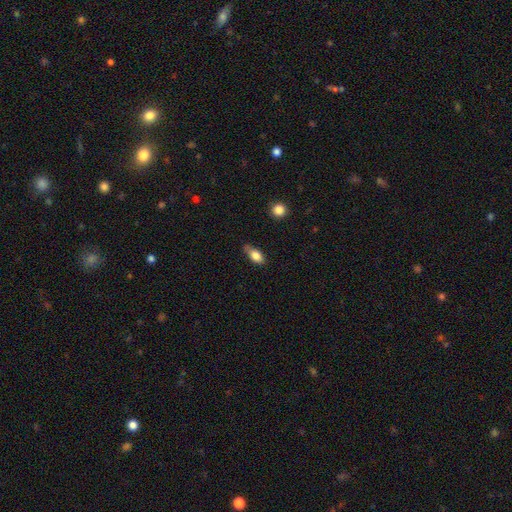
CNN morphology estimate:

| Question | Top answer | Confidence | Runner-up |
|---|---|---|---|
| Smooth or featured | smooth | 82% | featured or disk (10%) |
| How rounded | in between | 85% | round (8%) |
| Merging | none | 55% | minor disturbance (33%) |